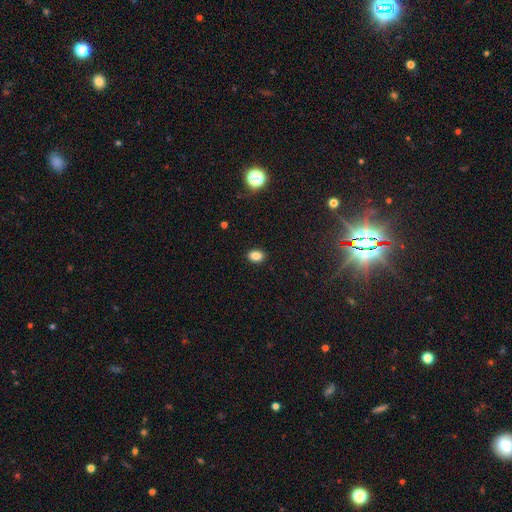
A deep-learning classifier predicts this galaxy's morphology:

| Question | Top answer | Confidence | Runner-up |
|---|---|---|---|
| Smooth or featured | smooth | 85% | star or artifact (11%) |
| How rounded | in between | 76% | round (23%) |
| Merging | none | 89% | minor disturbance (8%) |